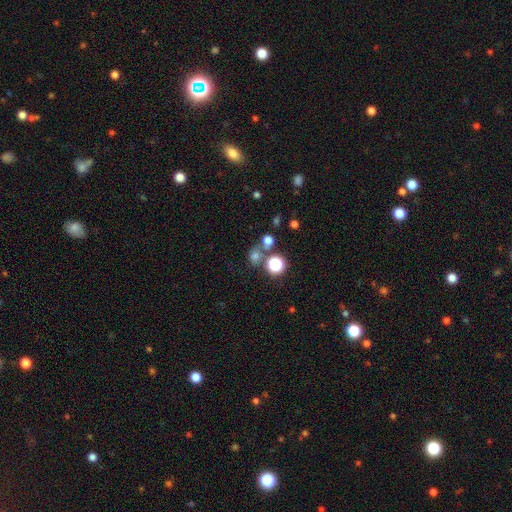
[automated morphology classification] The model was most divided on "merging": none: 59%, merger: 25%, minor disturbance: 10%, major disturbance: 6%. More confident: how rounded — round (76%); smooth or featured — smooth (65%).